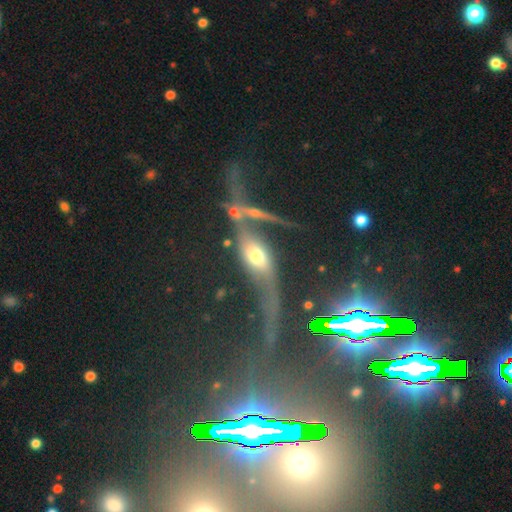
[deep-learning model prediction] This is likely a featured or disk galaxy (62%). It is possibly not viewed edge-on (58%). Merging: marginally none (37%).